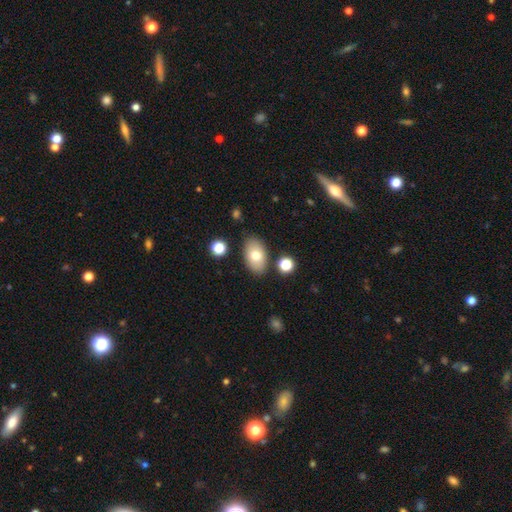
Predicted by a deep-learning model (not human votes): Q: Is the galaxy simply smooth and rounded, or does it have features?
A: smooth — 74%.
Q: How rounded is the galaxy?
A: in between — 91%.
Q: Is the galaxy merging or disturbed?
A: none — 83%.